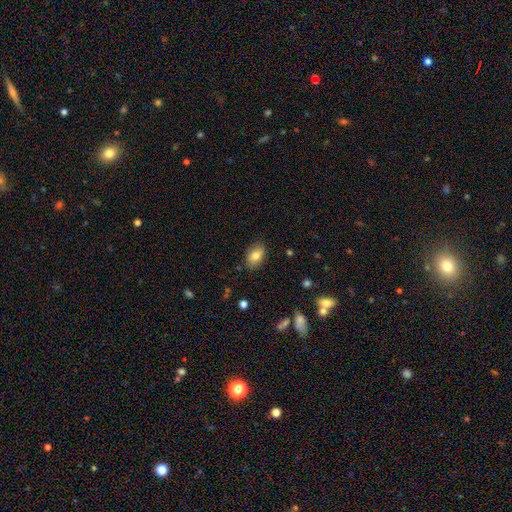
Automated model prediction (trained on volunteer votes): This appears to be a smooth galaxy with no disk features (80%) that is in between round and cigar-shaped (85%). Merging: none (84%).